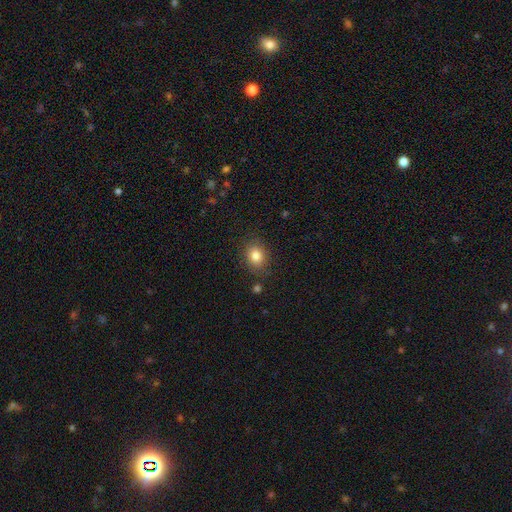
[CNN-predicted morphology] A smooth galaxy with no disk features (83%) that is round (54%).

Vote fractions:
- Smooth or featured? smooth: 83% / star or artifact: 11% / featured or disk: 7%
- How rounded? round: 54% / in between: 45% / cigar-shaped: 1%
- Merging? none: 84% / minor disturbance: 11% / major disturbance: 3% / merger: 2%